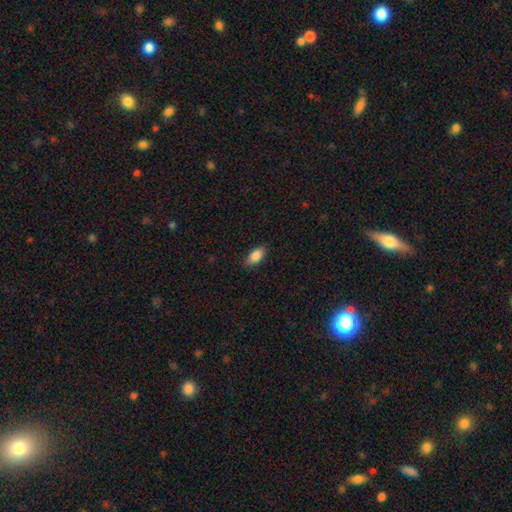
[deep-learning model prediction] The model was most divided on "merging": none: 85%, minor disturbance: 11%, major disturbance: 2%, merger: 1%. More confident: how rounded — in between (89%); smooth or featured — smooth (87%).